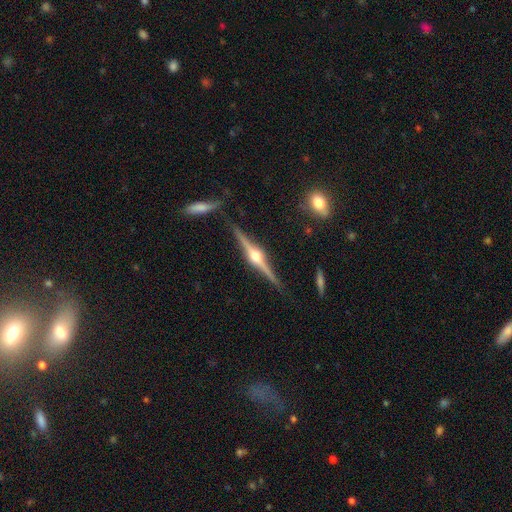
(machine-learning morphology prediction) featured or disk 87%, smooth 7%, star or artifact 6%. Down the decision tree: edge-on disk — yes (98%); edge-on bulge — rounded (95%); merging — none (89%).